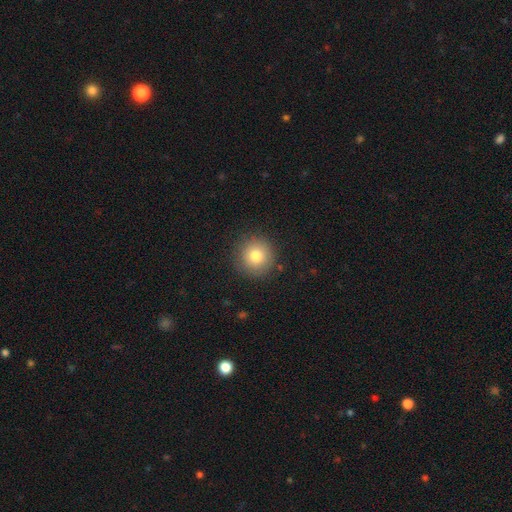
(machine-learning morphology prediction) This is likely a smooth galaxy (78%). How rounded: clearly round (95%). Merging: clearly none (89%).